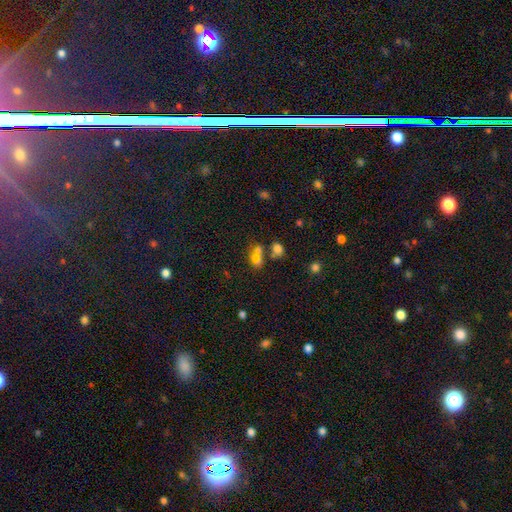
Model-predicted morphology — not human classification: Overall: smooth (58%; star or artifact 25%). How rounded: in between (49%, tied with round). Merging: merger (45%; none 38%).